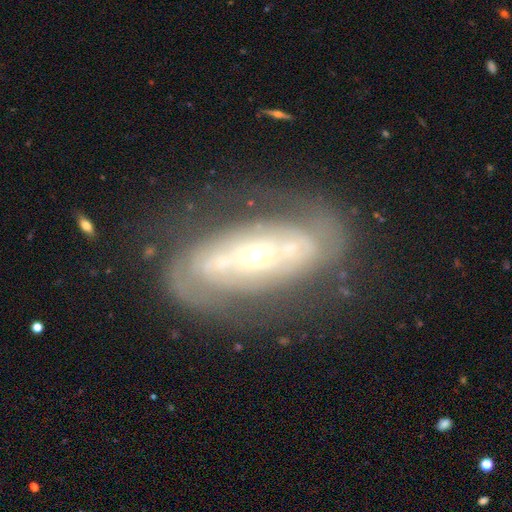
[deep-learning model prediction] A featured or disk galaxy (78%) with no bar (50%), spiral arms (64%) and a small central bulge (66%). Merging: none (62%).